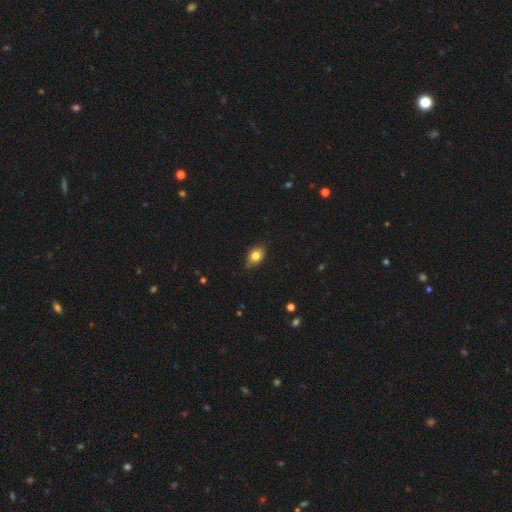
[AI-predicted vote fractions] The model was most divided on "how rounded": in between: 75%, round: 23%, cigar-shaped: 2%. More confident: smooth or featured — smooth (81%); merging — none (80%).